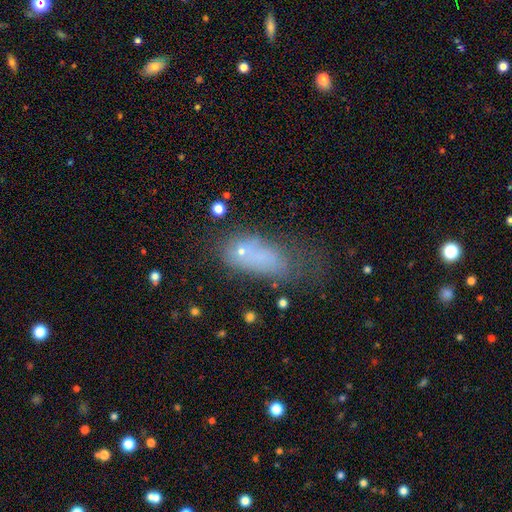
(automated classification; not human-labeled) smooth_or_featured: smooth (p=0.59) [alt: featured or disk p=0.24]
how_rounded: in between (p=0.78) [alt: cigar-shaped p=0.16]
merging: major disturbance (p=0.38) [alt: none p=0.26]